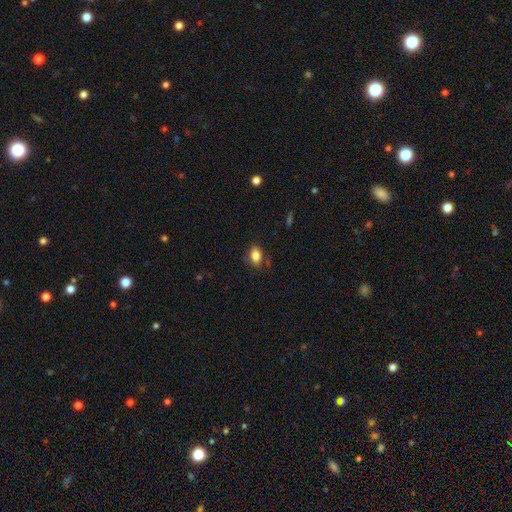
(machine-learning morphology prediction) The model was most divided on "merging": none: 72%, minor disturbance: 21%, major disturbance: 5%, merger: 2%. More confident: how rounded — in between (81%); smooth or featured — smooth (80%).